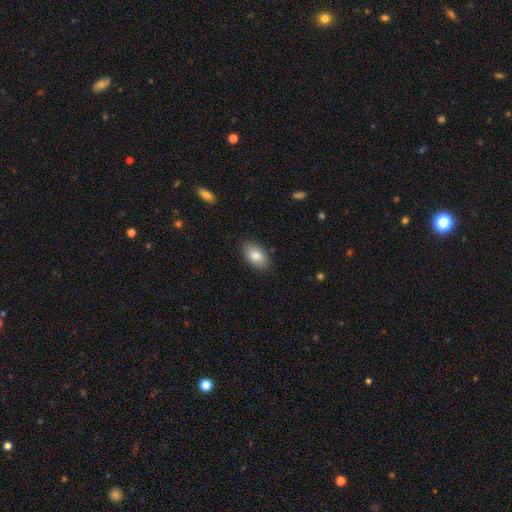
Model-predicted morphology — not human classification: Smooth or featured?
  - smooth: 84% *
  - featured or disk: 9%
  - star or artifact: 7%
How rounded?
  - in between: 93% *
  - round: 5%
  - cigar-shaped: 2%
Merging?
  - none: 85% *
  - minor disturbance: 11%
  - major disturbance: 2%
  - merger: 1%